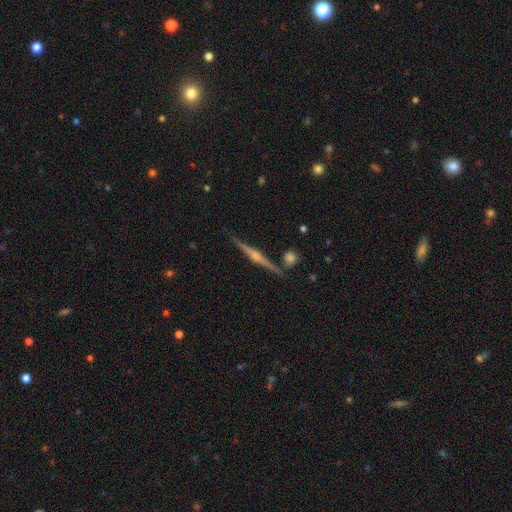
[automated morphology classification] type=featured or disk (83%); edge-on=yes (98%); edge-on bulge=rounded (87%); merging=none (87%).